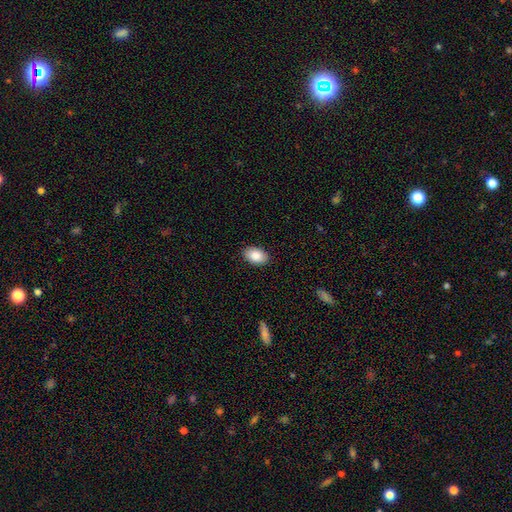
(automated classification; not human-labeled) The model was most divided on "merging": none: 89%, minor disturbance: 8%, major disturbance: 2%, merger: 1%. More confident: how rounded — in between (90%); smooth or featured — smooth (88%).